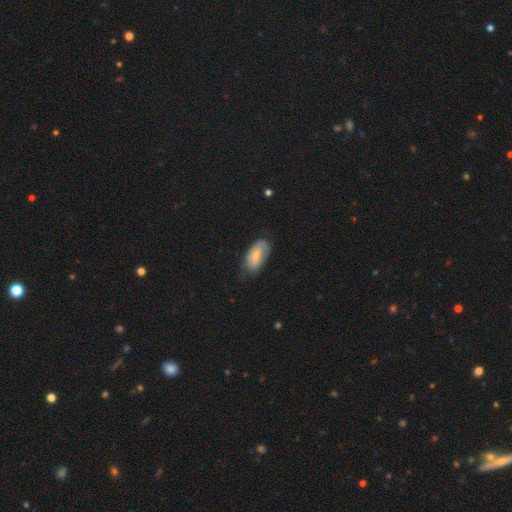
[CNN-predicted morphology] Overall: smooth (71%). How rounded: in between (92%). Merging: none (56%; minor disturbance 33%).